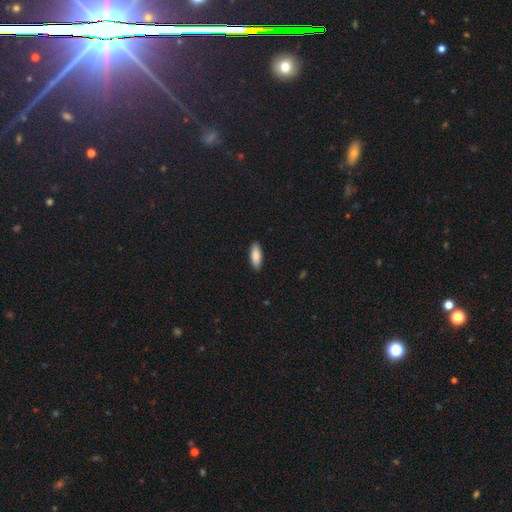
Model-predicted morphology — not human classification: Smooth or featured? smooth (87%)
How rounded? in between (74%)
Merging? none (89%)